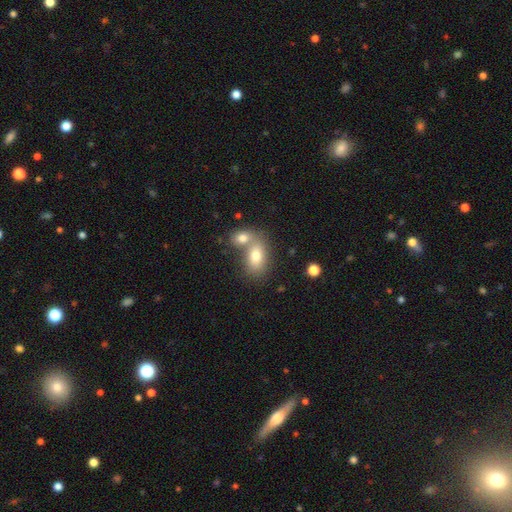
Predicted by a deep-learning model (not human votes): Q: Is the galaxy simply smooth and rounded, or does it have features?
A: smooth — 77%.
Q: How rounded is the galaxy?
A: in between — 86%.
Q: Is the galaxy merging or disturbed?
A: merger — 55%.